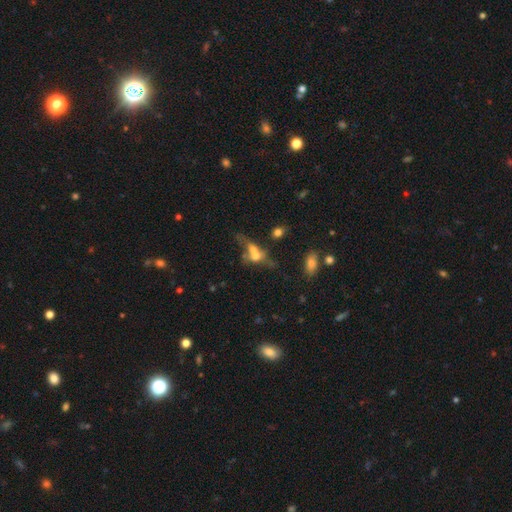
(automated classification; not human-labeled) smooth 50%, featured or disk 34%, star or artifact 16%. Down the decision tree: how rounded — in between (64%); merging — merger (57%).